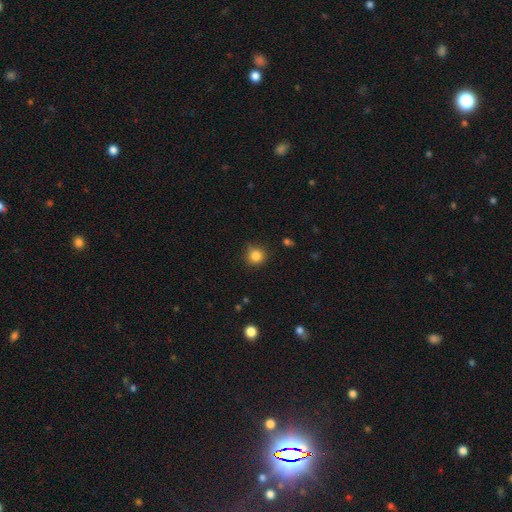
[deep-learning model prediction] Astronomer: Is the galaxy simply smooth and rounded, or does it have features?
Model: smooth — 84%.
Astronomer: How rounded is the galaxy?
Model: round — 91%.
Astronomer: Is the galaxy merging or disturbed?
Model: none — 81%.